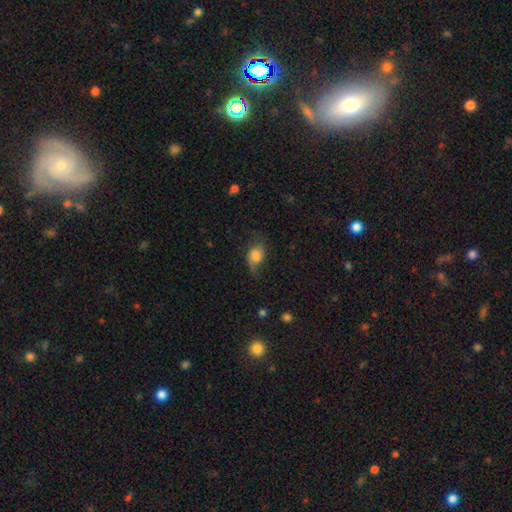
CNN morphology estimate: smooth-or-featured: smooth: 61% | featured or disk: 29% | star or artifact: 10%
  how-rounded: in between: 73% | round: 24% | cigar-shaped: 2%
  merging: none: 44% | minor disturbance: 31% | major disturbance: 22% | merger: 2%